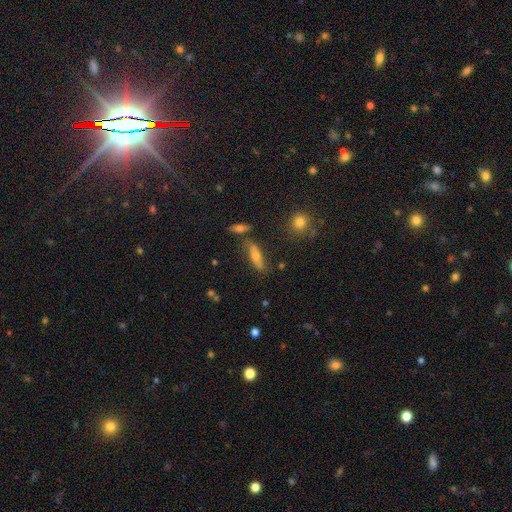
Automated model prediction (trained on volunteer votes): The model was most divided on "smooth or featured": smooth: 46%, featured or disk: 41%, star or artifact: 13%. More confident: merging — none (71%).